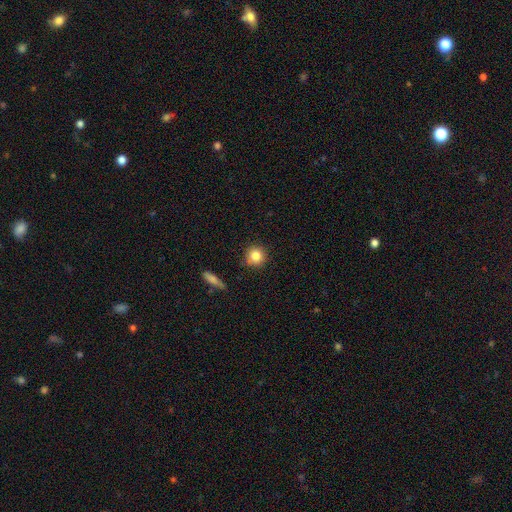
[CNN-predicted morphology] Smooth or featured? smooth (84%)
How rounded? round (91%)
Merging? none (83%)